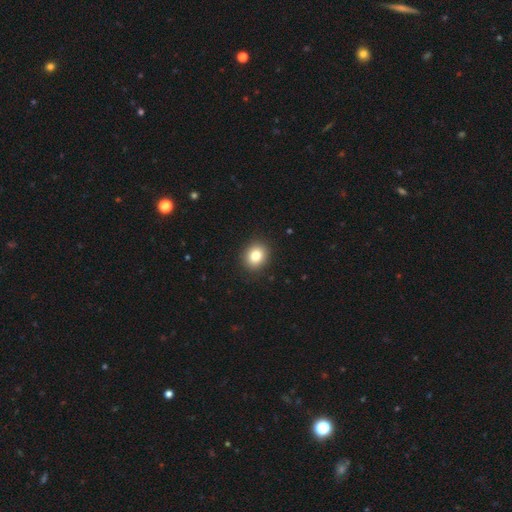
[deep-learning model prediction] Overall: smooth (82%). How rounded: round (67%; in between 32%). Merging: none (91%).